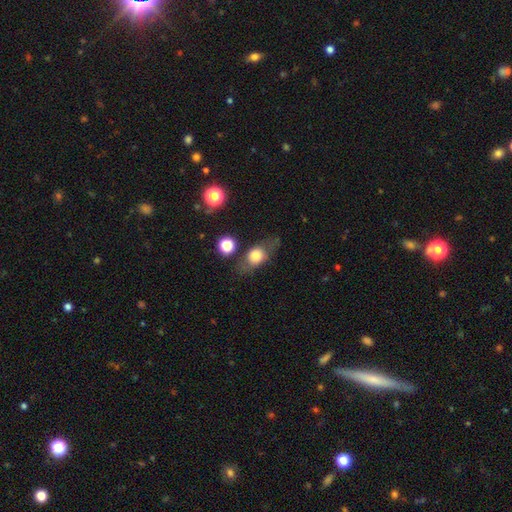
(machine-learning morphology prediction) smooth 62%, featured or disk 29%, star or artifact 9%. Down the decision tree: how rounded — in between (58%); merging — none (66%).